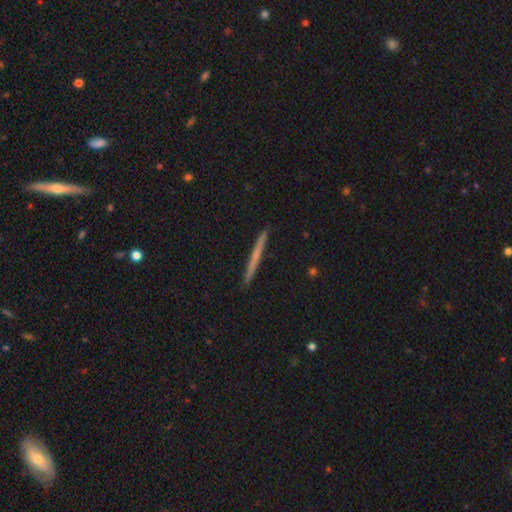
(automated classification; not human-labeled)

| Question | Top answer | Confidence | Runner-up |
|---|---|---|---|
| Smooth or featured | smooth | 49% | featured or disk (45%) |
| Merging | none | 93% | minor disturbance (5%) |